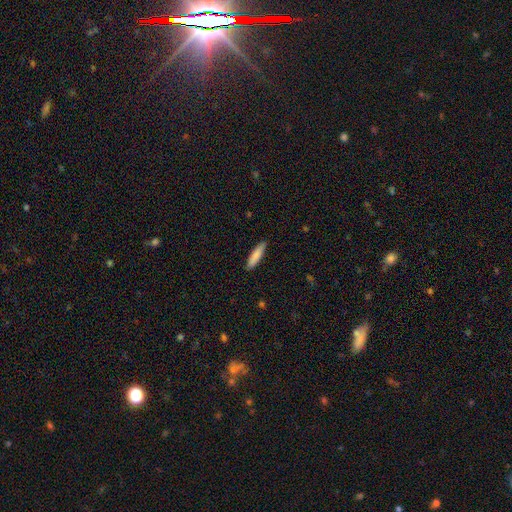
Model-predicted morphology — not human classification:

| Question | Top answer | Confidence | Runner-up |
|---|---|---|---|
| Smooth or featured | smooth | 84% | featured or disk (10%) |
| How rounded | cigar-shaped | 79% | in between (20%) |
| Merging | none | 87% | minor disturbance (10%) |